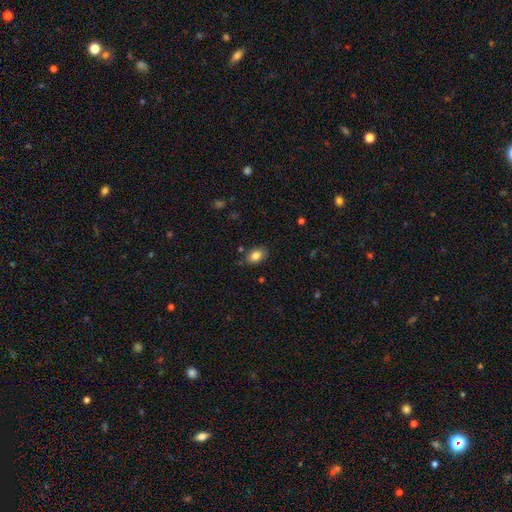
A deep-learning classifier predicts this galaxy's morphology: smooth_or_featured: smooth (p=0.83) [alt: star or artifact p=0.09]
how_rounded: in between (p=0.81) [alt: round p=0.18]
merging: none (p=0.83) [alt: minor disturbance p=0.12]